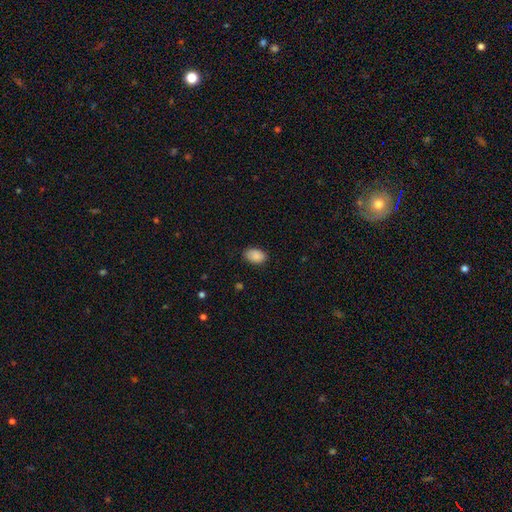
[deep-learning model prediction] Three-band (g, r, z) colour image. It shows a smooth galaxy with no disk features (89%) that is in between round and cigar-shaped (87%). Merging: none (84%).